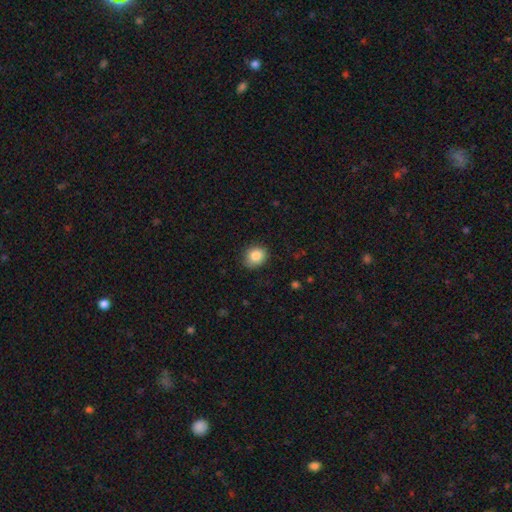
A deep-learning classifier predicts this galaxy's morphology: smooth-or-featured: smooth: 85% | star or artifact: 9% | featured or disk: 6%
  how-rounded: round: 65% | in between: 34% | cigar-shaped: 1%
  merging: none: 80% | minor disturbance: 16% | major disturbance: 3% | merger: 1%